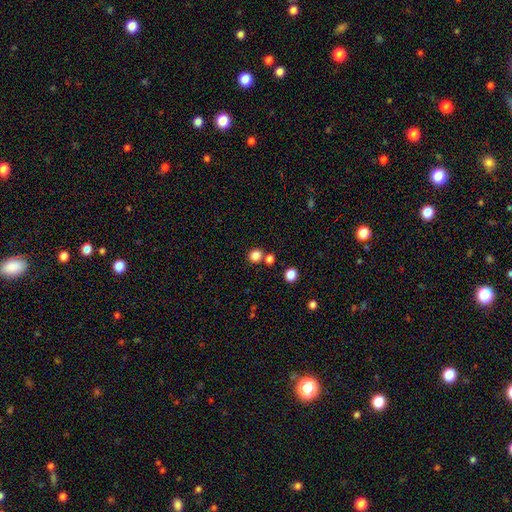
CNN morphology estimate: Q: Smooth or featured?
A: smooth (83%); runner-up: star or artifact (13%)
Q: How rounded?
A: round (88%); runner-up: in between (11%)
Q: Merging?
A: none (75%); runner-up: merger (15%)